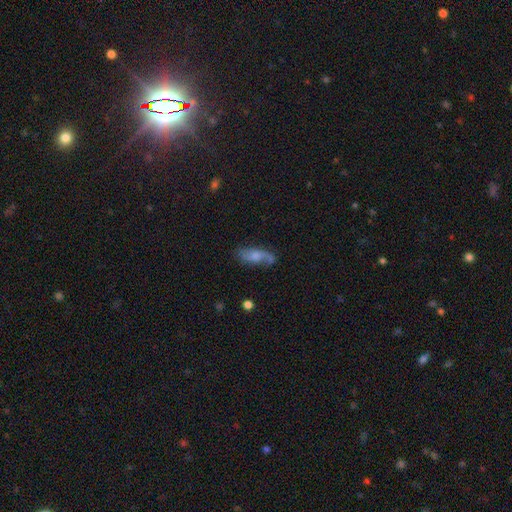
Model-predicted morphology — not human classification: Q: Smooth or featured?
A: featured or disk (46%); runner-up: smooth (45%)
Q: Merging?
A: none (55%); runner-up: minor disturbance (26%)